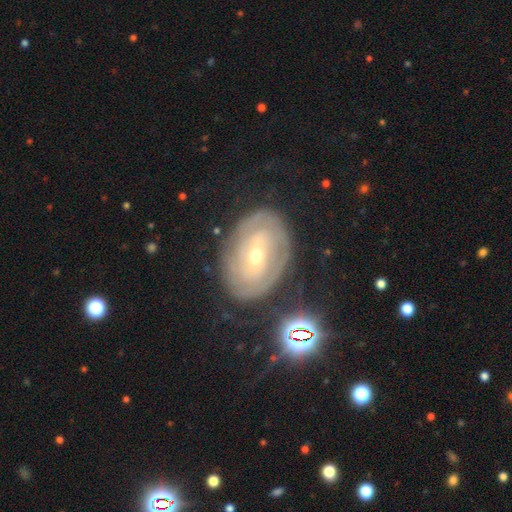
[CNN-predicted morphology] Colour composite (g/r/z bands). It shows a featured or disk galaxy (77%) with a weak bar (40%, tied with no), tight (75%) spiral arms (77%) and a small central bulge (59%). Merging: none (76%).